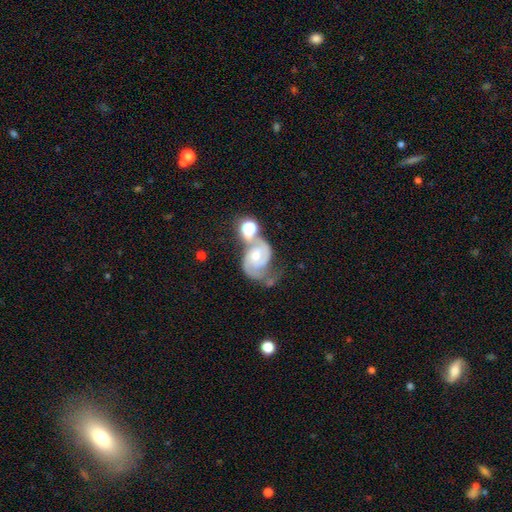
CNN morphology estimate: This is clearly a featured or disk galaxy (86%). It is clearly not viewed edge-on (98%). Bar: likely no (65%). Spiral arm pattern: clearly yes (96%). Spiral arm count: clearly 2 (83%). Spiral winding: marginally medium (44%). Central bulge: possibly moderate (52%). Merging: marginally merger (34%).